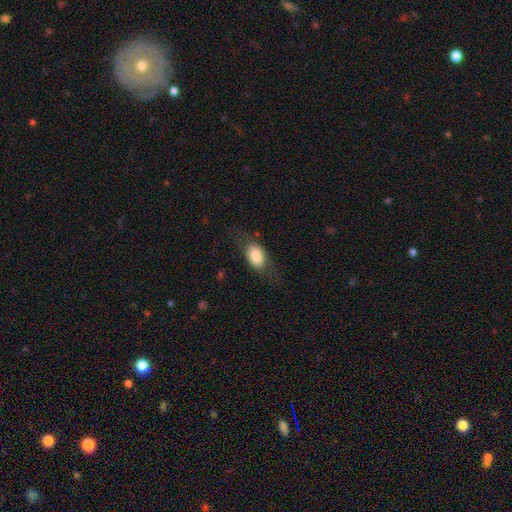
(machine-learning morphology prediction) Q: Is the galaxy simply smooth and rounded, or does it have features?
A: smooth — 75%.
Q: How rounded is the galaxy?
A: in between — 86%.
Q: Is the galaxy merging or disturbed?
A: none — 65%.